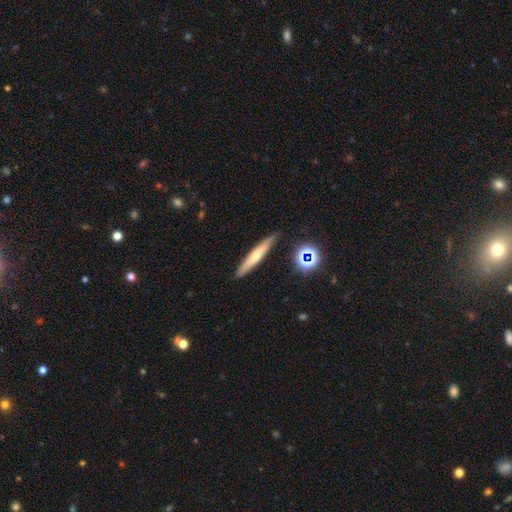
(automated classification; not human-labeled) Smooth or featured: smooth — 54% (featured or disk — 37%)
How rounded: cigar-shaped — 92% (in between — 6%)
Merging: none — 86% (minor disturbance — 10%)